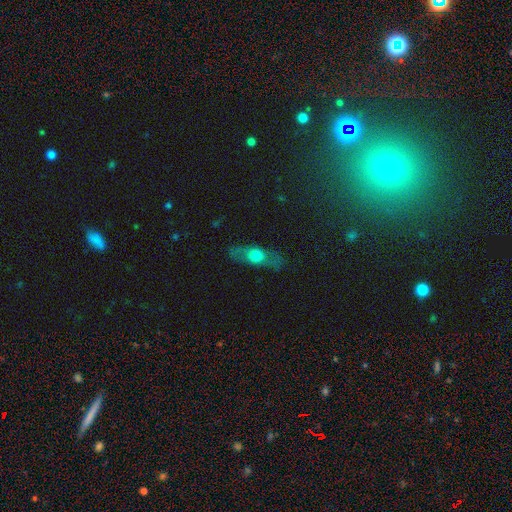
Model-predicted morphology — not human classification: type=featured or disk (47%); merging=none (78%).